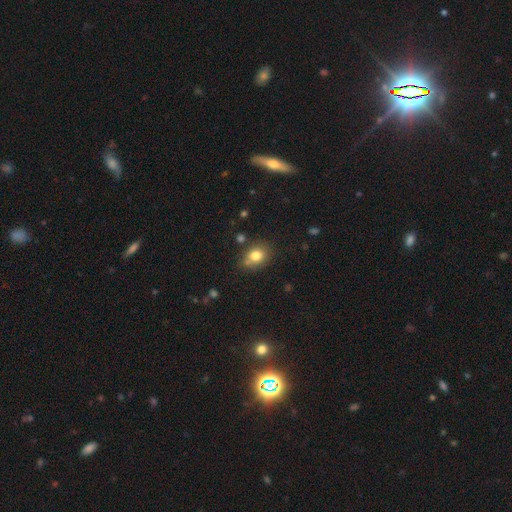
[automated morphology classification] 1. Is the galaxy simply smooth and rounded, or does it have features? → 80% smooth, 11% star or artifact, 9% featured or disk.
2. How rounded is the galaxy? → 56% round, 43% in between, 1% cigar-shaped.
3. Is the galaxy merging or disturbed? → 69% none, 17% minor disturbance, 9% merger, 5% major disturbance.